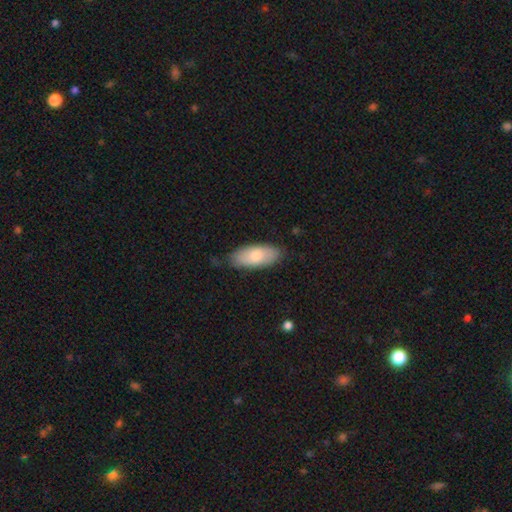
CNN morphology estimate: A smooth galaxy with no disk features (77%) that is in between round and cigar-shaped (88%).

Vote fractions:
- Smooth or featured? smooth: 77% / featured or disk: 17% / star or artifact: 5%
- How rounded? in between: 88% / cigar-shaped: 10% / round: 2%
- Merging? none: 80% / minor disturbance: 16% / major disturbance: 3% / merger: 1%